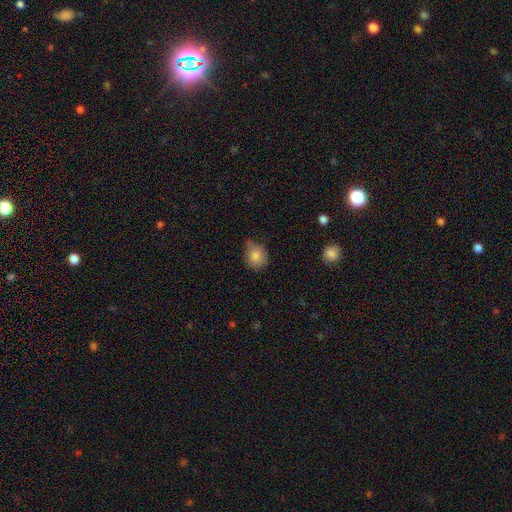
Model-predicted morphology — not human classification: The model was most divided on "merging": none: 58%, minor disturbance: 33%, major disturbance: 6%, merger: 3%. More confident: smooth or featured — smooth (83%); how rounded — round (73%).